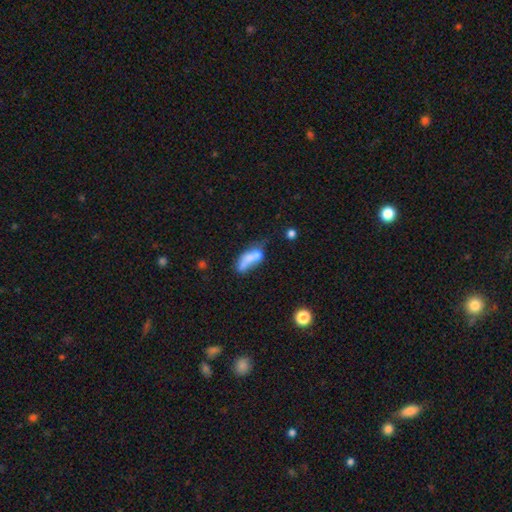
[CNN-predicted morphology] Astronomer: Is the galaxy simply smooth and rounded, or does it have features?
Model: smooth — 59%.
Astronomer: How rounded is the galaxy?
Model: in between — 66%.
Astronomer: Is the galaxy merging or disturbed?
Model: merger — 34% (runner-up: major disturbance, 26%).